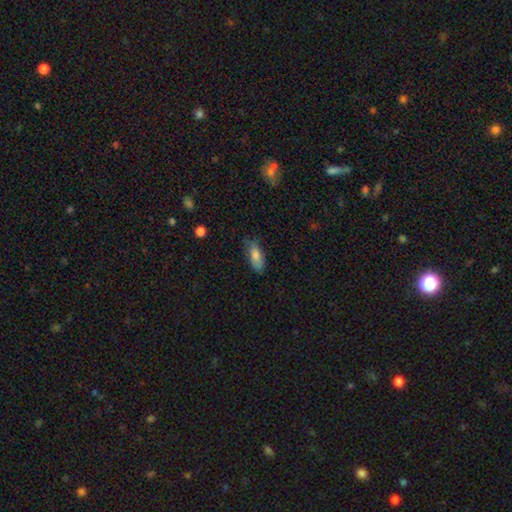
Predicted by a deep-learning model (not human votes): Q: Smooth or featured?
A: smooth (77%); runner-up: featured or disk (16%)
Q: How rounded?
A: in between (77%); runner-up: cigar-shaped (21%)
Q: Merging?
A: none (63%); runner-up: minor disturbance (28%)